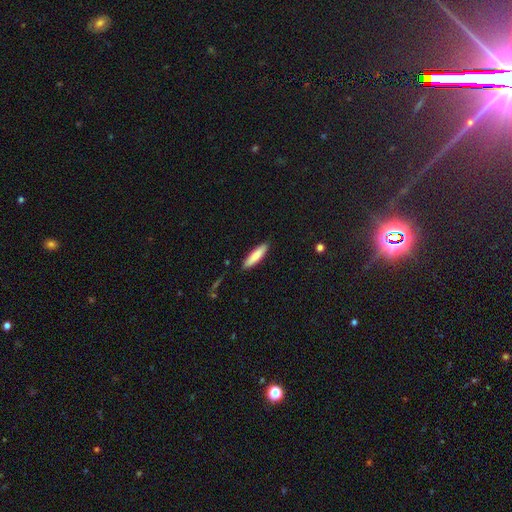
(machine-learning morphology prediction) Q: Smooth or featured?
A: smooth (82%); runner-up: featured or disk (12%)
Q: How rounded?
A: cigar-shaped (70%); runner-up: in between (29%)
Q: Merging?
A: none (88%); runner-up: minor disturbance (9%)